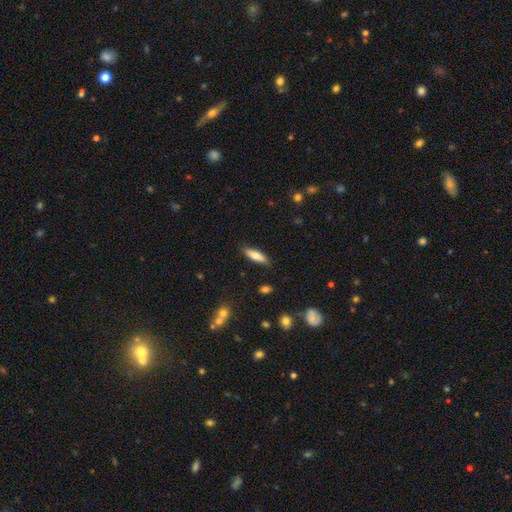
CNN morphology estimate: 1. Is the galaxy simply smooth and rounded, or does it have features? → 78% smooth, 16% featured or disk, 6% star or artifact.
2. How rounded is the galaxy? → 51% cigar-shaped, 47% in between, 2% round.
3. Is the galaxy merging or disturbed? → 86% none, 11% minor disturbance, 2% major disturbance, 2% merger.